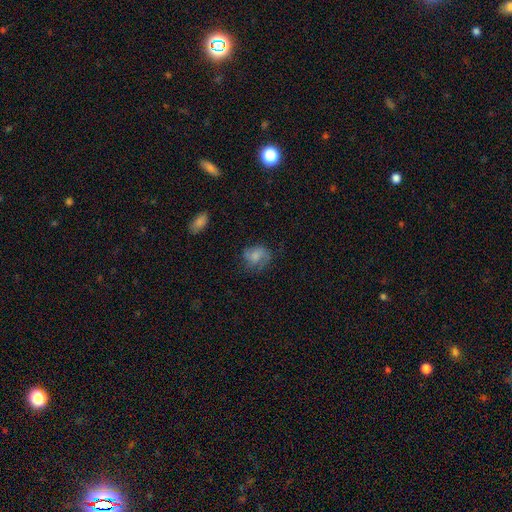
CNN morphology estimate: A smooth galaxy with no disk features (57%) that is round (57%).

Vote fractions:
- Smooth or featured? smooth: 57% / featured or disk: 34% / star or artifact: 9%
- How rounded? round: 57% / in between: 41% / cigar-shaped: 1%
- Merging? none: 57% / minor disturbance: 25% / major disturbance: 16% / merger: 2%